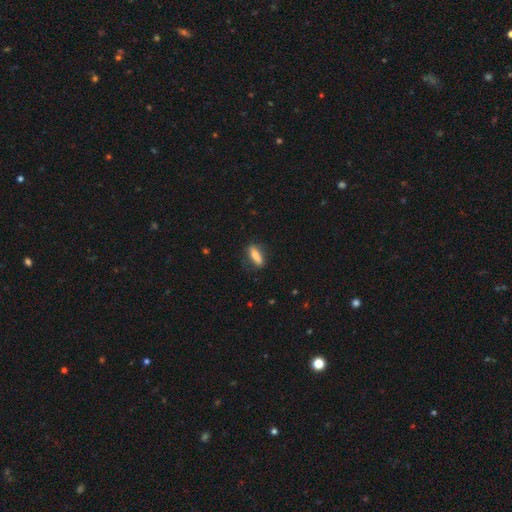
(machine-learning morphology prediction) smooth-or-featured: smooth: 79% | featured or disk: 14% | star or artifact: 7%
  how-rounded: in between: 55% | cigar-shaped: 42% | round: 3%
  merging: none: 76% | minor disturbance: 17% | major disturbance: 5% | merger: 1%